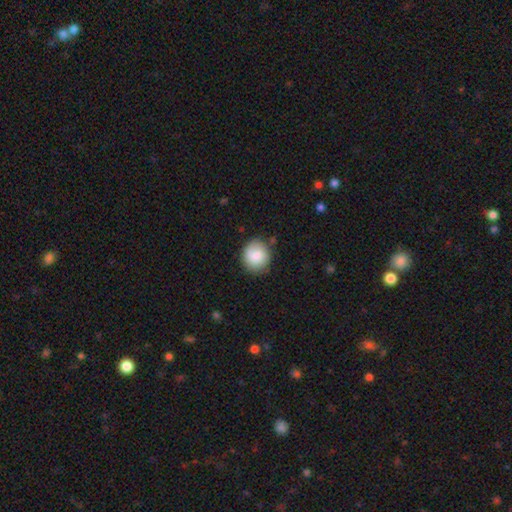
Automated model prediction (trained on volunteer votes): This appears to be a smooth galaxy with no disk features (78%) that is round (84%). Merging: none (80%).